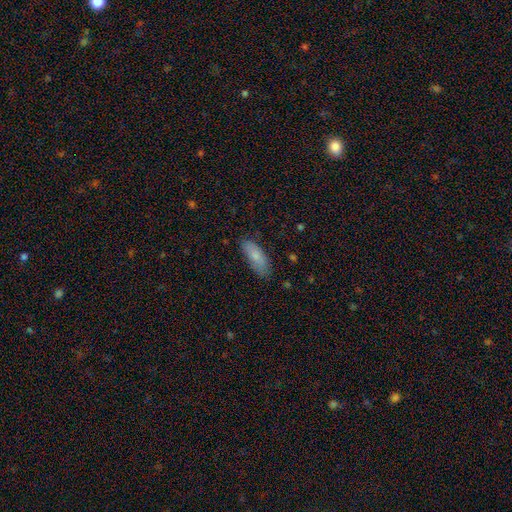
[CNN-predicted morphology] A smooth galaxy with no disk features (80%) that is in between round and cigar-shaped (69%).

Vote fractions:
- Smooth or featured? smooth: 80% / featured or disk: 14% / star or artifact: 6%
- How rounded? in between: 69% / cigar-shaped: 29% / round: 2%
- Merging? none: 75% / minor disturbance: 20% / major disturbance: 4% / merger: 2%